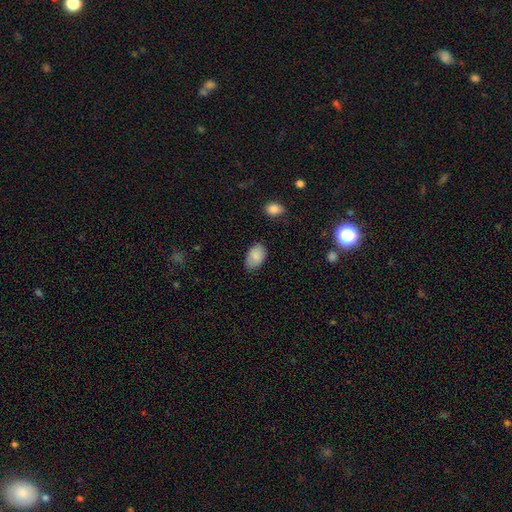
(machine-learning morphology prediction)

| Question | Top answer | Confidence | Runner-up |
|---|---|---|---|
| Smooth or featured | smooth | 87% | star or artifact (7%) |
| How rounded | in between | 91% | round (8%) |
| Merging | none | 77% | minor disturbance (19%) |